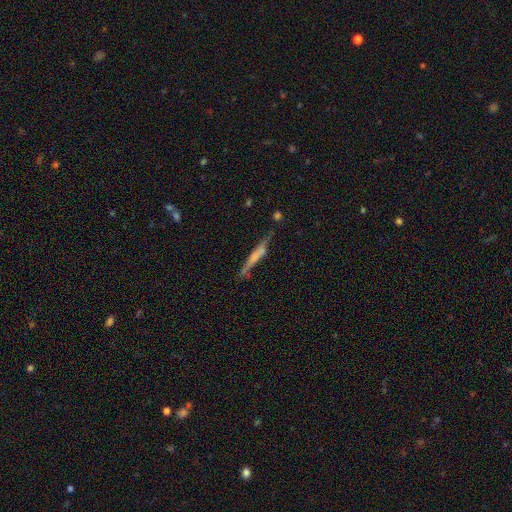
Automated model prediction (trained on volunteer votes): Q: Smooth or featured?
A: featured or disk (48%); runner-up: smooth (45%)
Q: Merging?
A: none (71%); runner-up: minor disturbance (19%)